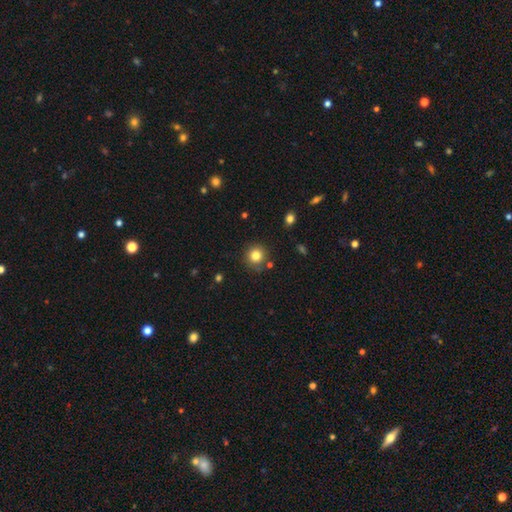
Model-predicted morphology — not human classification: Smooth or featured? Predicted: smooth (p=0.82). How rounded? Predicted: round (p=0.93). Merging? Predicted: none (p=0.84).